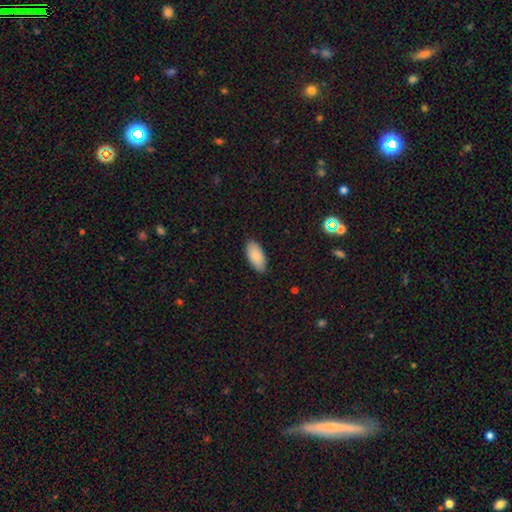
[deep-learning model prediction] A smooth galaxy with no disk features (90%) that is in between round and cigar-shaped (93%).

Vote fractions:
- Smooth or featured? smooth: 90% / star or artifact: 6% / featured or disk: 4%
- How rounded? in between: 93% / cigar-shaped: 6% / round: 2%
- Merging? none: 85% / minor disturbance: 12% / major disturbance: 2% / merger: 1%